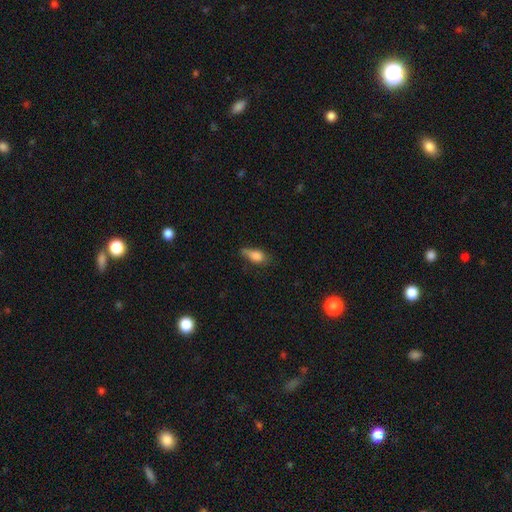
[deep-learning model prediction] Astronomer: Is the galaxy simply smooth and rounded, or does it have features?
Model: smooth — 79%.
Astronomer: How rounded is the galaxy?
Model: in between — 80%.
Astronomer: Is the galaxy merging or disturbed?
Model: minor disturbance — 40% (runner-up: none, 39%).